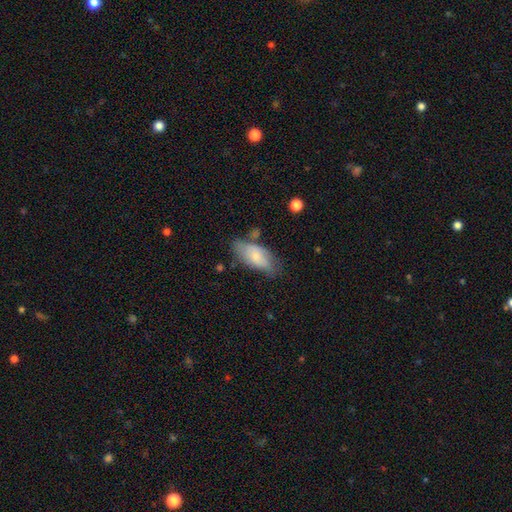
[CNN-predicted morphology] smooth 71%, featured or disk 23%, star or artifact 6%. Down the decision tree: how rounded — in between (87%); merging — none (55%).